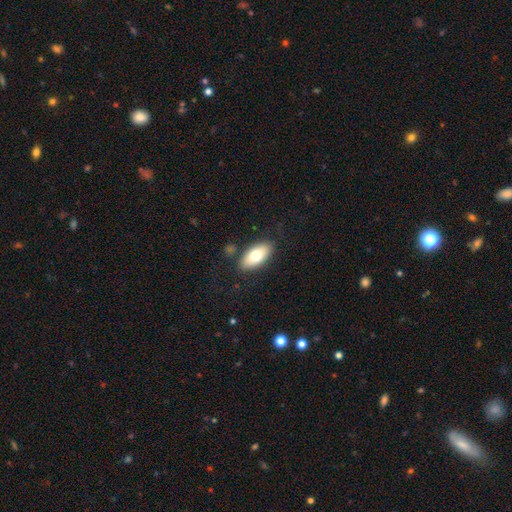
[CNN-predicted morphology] This appears to be a smooth galaxy with no disk features (73%) that is in between round and cigar-shaped (91%). Merging: none (83%).